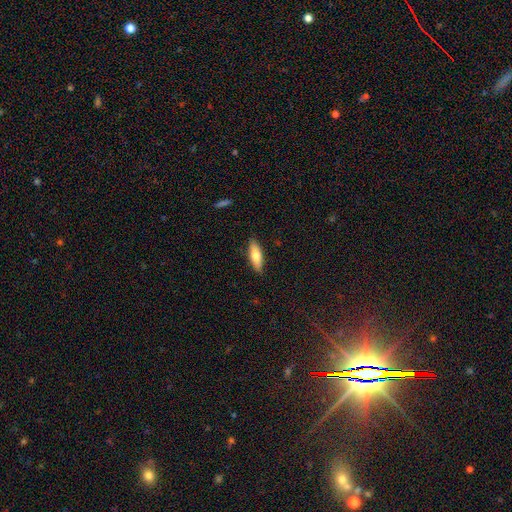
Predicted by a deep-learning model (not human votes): Overall: smooth (71%). How rounded: in between (50%; cigar-shaped 48%). Merging: none (88%).